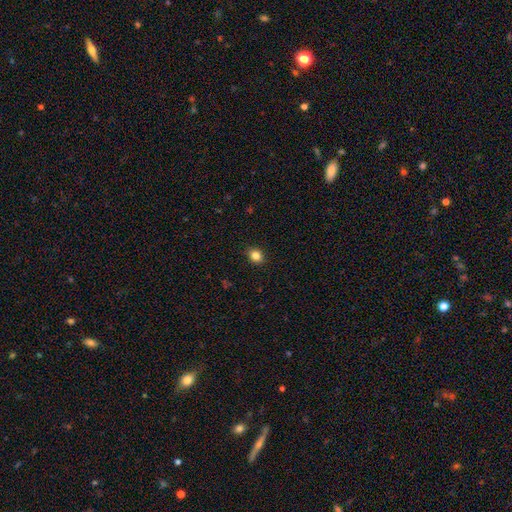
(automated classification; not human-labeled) Q: Smooth or featured?
A: smooth (84%); runner-up: star or artifact (11%)
Q: How rounded?
A: round (60%); runner-up: in between (39%)
Q: Merging?
A: none (91%); runner-up: minor disturbance (7%)